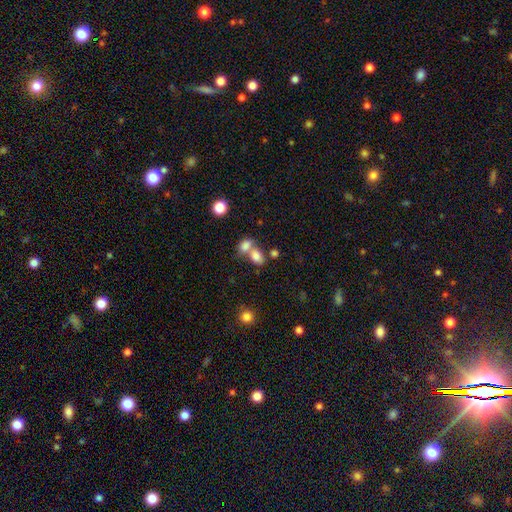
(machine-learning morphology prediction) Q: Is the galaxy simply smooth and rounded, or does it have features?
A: smooth — 80%.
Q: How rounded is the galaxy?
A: in between — 79%.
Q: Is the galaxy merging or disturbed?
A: merger — 57%.